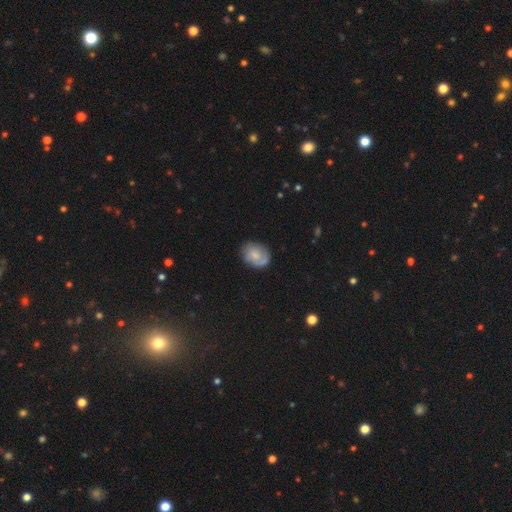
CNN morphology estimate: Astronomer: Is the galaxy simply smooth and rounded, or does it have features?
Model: smooth — 54% (runner-up: featured or disk, 39%).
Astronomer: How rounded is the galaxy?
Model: in between — 52% (runner-up: round, 47%).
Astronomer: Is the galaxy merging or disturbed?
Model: none — 71%.